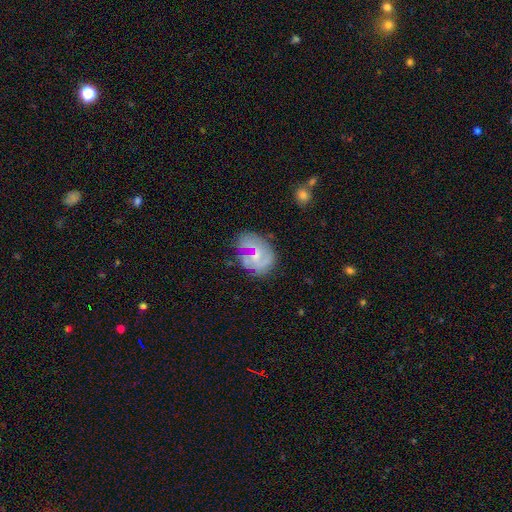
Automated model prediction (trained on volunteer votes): This is likely a featured or disk galaxy (66%). It is clearly not viewed edge-on (98%). Bar: possibly no (47%). Spiral arm pattern: likely yes (79%). Spiral arm count: possibly 2 (49%). Spiral winding: possibly medium (46%). Central bulge: possibly small (56%). Merging: possibly none (57%).